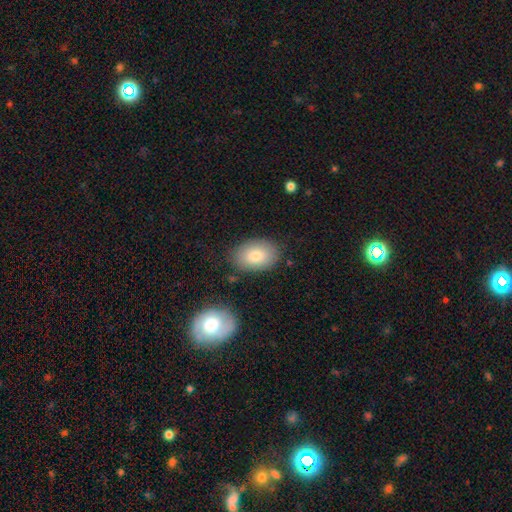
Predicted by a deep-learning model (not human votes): The model was most divided on "smooth or featured": smooth: 80%, featured or disk: 12%, star or artifact: 7%. More confident: how rounded — in between (87%); merging — none (81%).